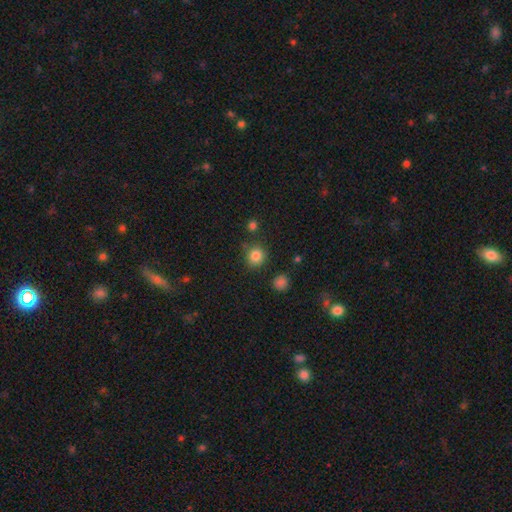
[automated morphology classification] Overall: smooth (84%). How rounded: round (90%). Merging: none (82%).